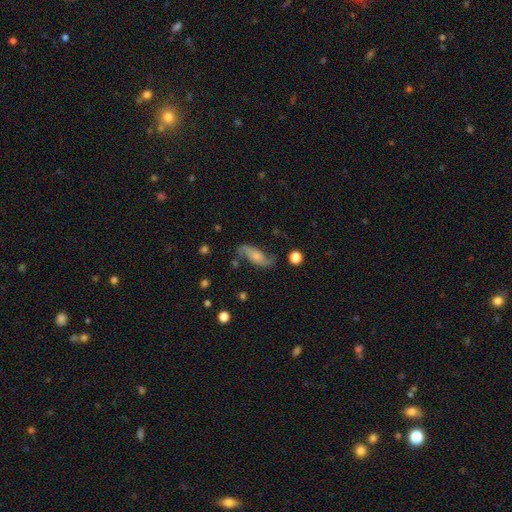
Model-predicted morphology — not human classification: Smooth or featured: featured or disk — 64% (smooth — 29%)
Edge-on disk: no — 89% (yes — 11%)
Bar: no — 62% (weak — 28%)
Spiral arms: yes — 92% (no — 8%)
Spiral winding: loose — 71% (medium — 21%)
Spiral arm count: 2 — 90% (can't tell — 4%)
Bulge size: small — 42% (moderate — 31%)
Merging: none — 67% (minor disturbance — 21%)